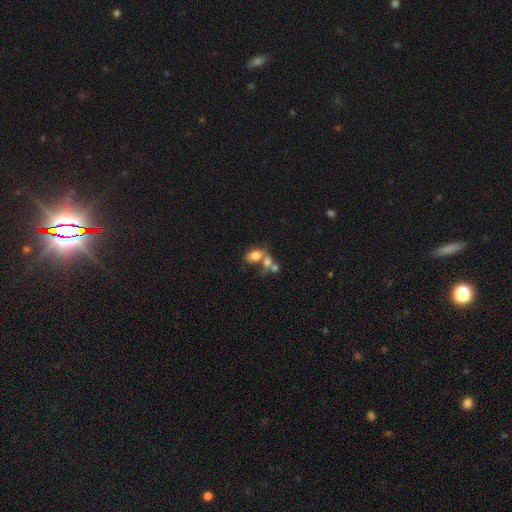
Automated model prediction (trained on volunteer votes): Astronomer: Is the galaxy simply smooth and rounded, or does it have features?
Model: smooth — 72%.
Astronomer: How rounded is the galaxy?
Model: in between — 83%.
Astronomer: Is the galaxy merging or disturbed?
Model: merger — 56%.